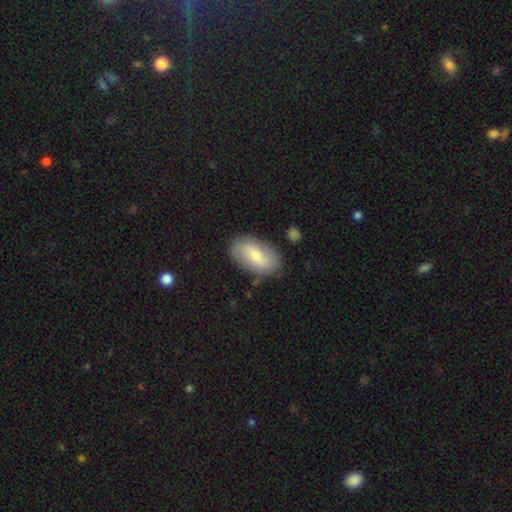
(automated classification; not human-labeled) smooth-or-featured: smooth: 57% | featured or disk: 37% | star or artifact: 6%
  how-rounded: in between: 92% | round: 5% | cigar-shaped: 3%
  merging: none: 82% | minor disturbance: 12% | major disturbance: 3% | merger: 2%